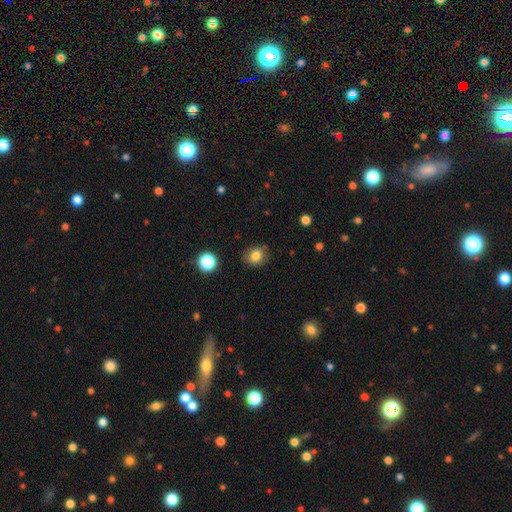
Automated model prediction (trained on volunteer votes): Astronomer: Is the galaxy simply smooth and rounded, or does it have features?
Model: smooth — 81%.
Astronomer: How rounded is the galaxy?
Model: round — 62% (runner-up: in between, 37%).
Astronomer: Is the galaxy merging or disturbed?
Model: none — 84%.